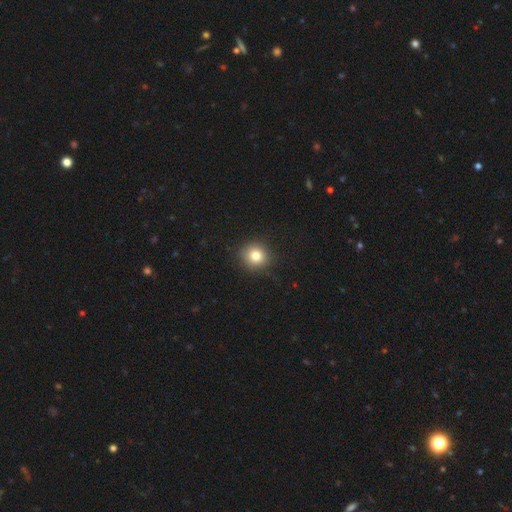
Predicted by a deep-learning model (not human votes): Smooth or featured?
  - smooth: 81% *
  - star or artifact: 12%
  - featured or disk: 8%
How rounded?
  - round: 90% *
  - in between: 9%
  - cigar-shaped: 1%
Merging?
  - none: 88% *
  - minor disturbance: 8%
  - major disturbance: 2%
  - merger: 1%